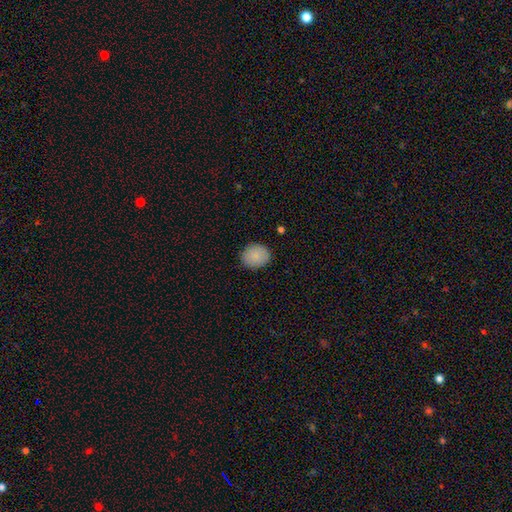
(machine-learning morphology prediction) smooth 86%, star or artifact 8%, featured or disk 6%. Down the decision tree: how rounded — round (70%); merging — none (88%).